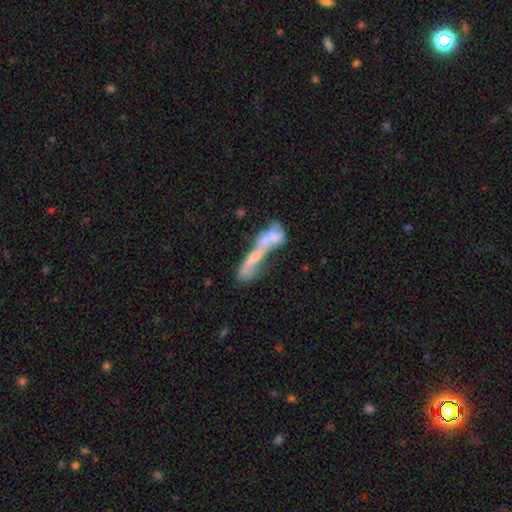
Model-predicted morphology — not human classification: Overall: featured or disk (52%; smooth 37%). Edge-on disk: no (71%). Merging: merger (58%).